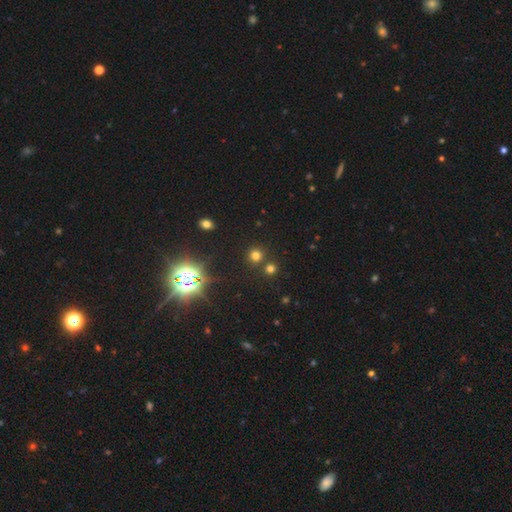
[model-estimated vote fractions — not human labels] A smooth galaxy with no disk features (63%) that is round (92%).

Vote fractions:
- Smooth or featured? smooth: 63% / star or artifact: 30% / featured or disk: 7%
- How rounded? round: 92% / in between: 7% / cigar-shaped: 1%
- Merging? none: 79% / merger: 13% / minor disturbance: 6% / major disturbance: 3%